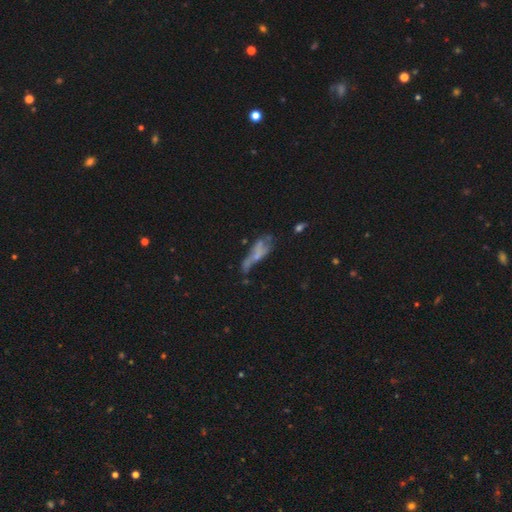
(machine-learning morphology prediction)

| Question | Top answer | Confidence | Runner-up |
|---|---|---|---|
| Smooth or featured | featured or disk | 42% | smooth (37%) |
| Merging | none | 31% | major disturbance (29%) |